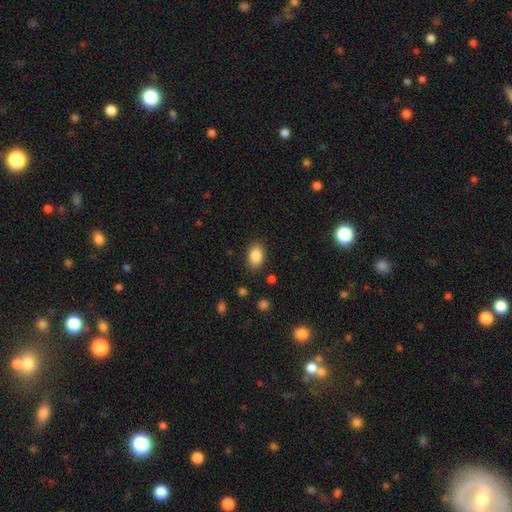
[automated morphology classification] Smooth or featured: smooth — 86% (star or artifact — 8%)
How rounded: in between — 86% (round — 13%)
Merging: none — 87% (minor disturbance — 9%)